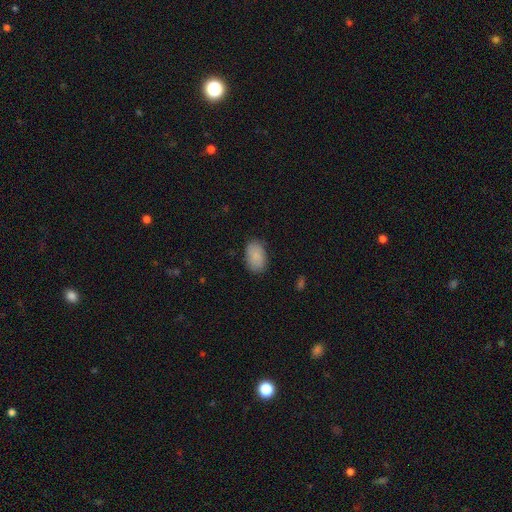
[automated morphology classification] The model was most divided on "merging": none: 81%, minor disturbance: 15%, major disturbance: 3%, merger: 1%. More confident: how rounded — in between (90%); smooth or featured — smooth (87%).